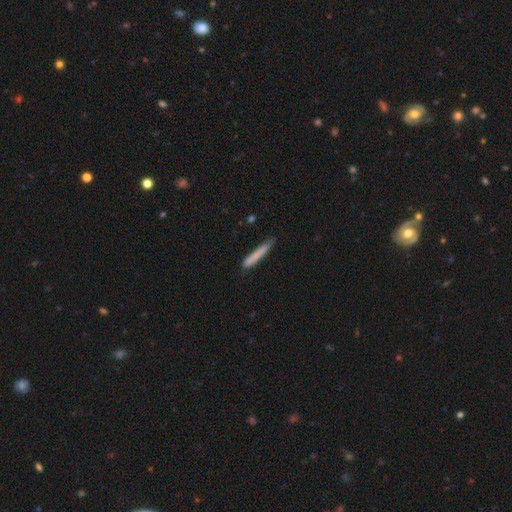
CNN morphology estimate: type=smooth (78%); roundness=cigar-shaped (95%); merging=none (77%).